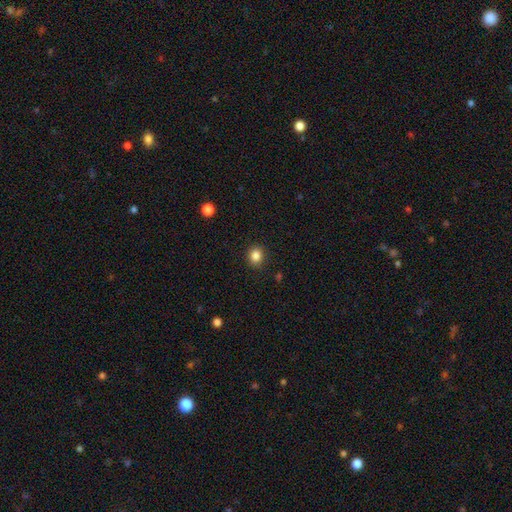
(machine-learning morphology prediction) smooth_or_featured: smooth (p=0.84) [alt: star or artifact p=0.11]
how_rounded: round (p=0.75) [alt: in between p=0.24]
merging: none (p=0.90) [alt: minor disturbance p=0.07]